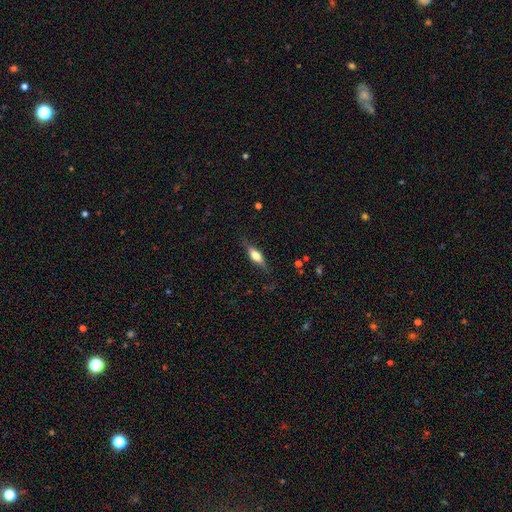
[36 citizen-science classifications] A smooth galaxy with no disk features (50%) that is in between round and cigar-shaped (50%, tied with cigar-shaped). Merging: none (83%).